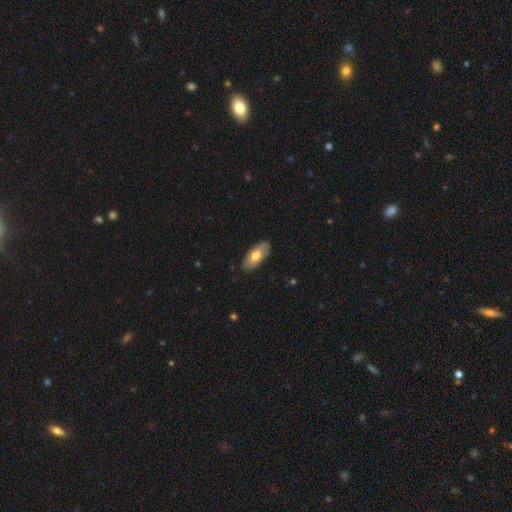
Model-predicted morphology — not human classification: Q: Smooth or featured?
A: smooth (63%); runner-up: featured or disk (31%)
Q: How rounded?
A: in between (90%); runner-up: cigar-shaped (8%)
Q: Merging?
A: none (86%); runner-up: minor disturbance (11%)